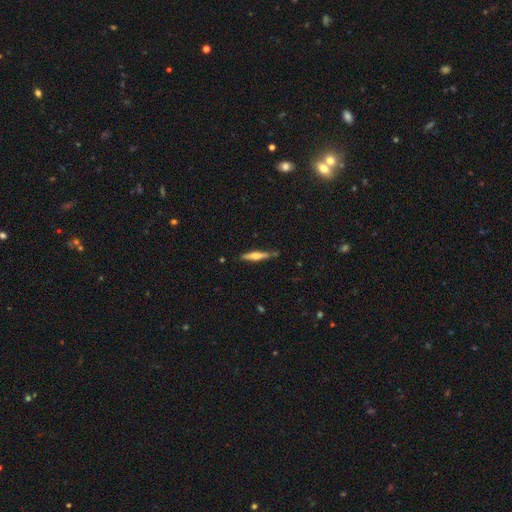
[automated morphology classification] Smooth or featured: featured or disk — 56% (smooth — 38%)
Edge-on disk: yes — 96% (no — 4%)
Edge-on bulge: rounded — 80% (boxy — 12%)
Merging: none — 82% (minor disturbance — 13%)